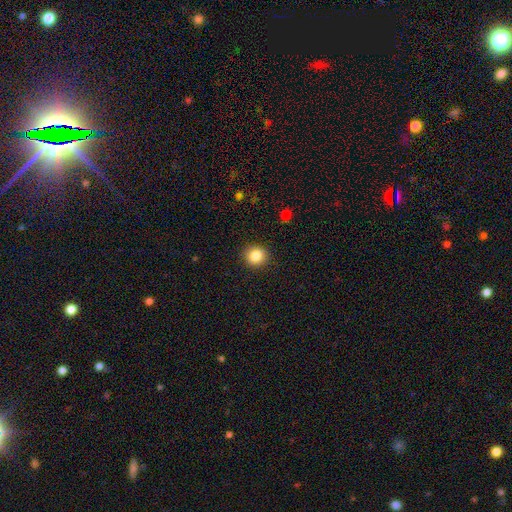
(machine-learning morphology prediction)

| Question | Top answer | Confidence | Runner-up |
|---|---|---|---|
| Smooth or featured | smooth | 85% | star or artifact (10%) |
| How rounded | round | 88% | in between (11%) |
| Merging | none | 91% | minor disturbance (6%) |